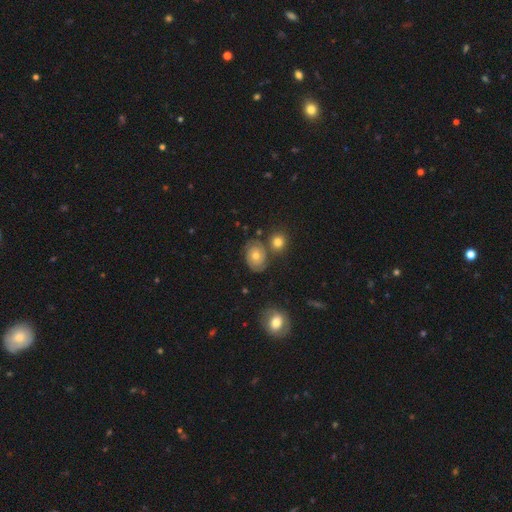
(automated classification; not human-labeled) smooth_or_featured: featured or disk (p=0.51) [alt: smooth p=0.38]
disk_edge_on: no (p=0.96) [alt: yes p=0.04]
merging: none (p=0.69) [alt: minor disturbance p=0.15]